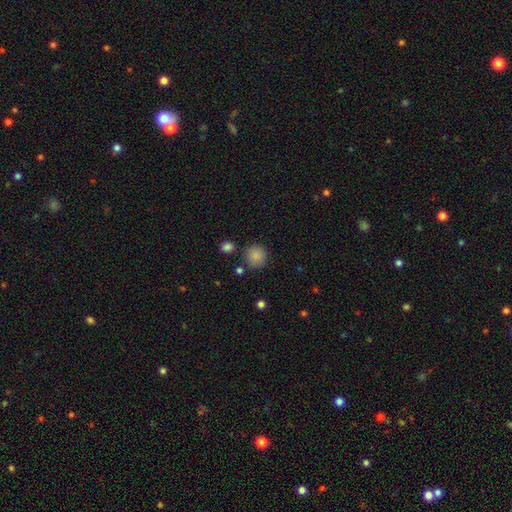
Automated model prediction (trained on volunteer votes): smooth-or-featured: smooth: 86% | star or artifact: 10% | featured or disk: 4%
  how-rounded: round: 92% | in between: 7% | cigar-shaped: 1%
  merging: none: 85% | minor disturbance: 9% | merger: 4% | major disturbance: 3%